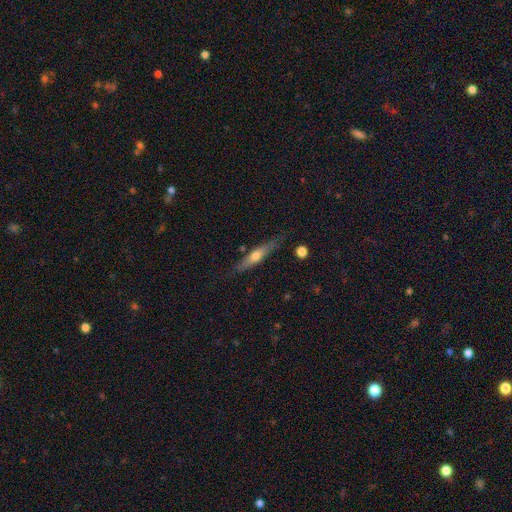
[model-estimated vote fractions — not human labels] The model was most divided on "smooth or featured": featured or disk: 51%, smooth: 43%, star or artifact: 6%. More confident: edge-on disk — yes (90%); merging — none (79%).